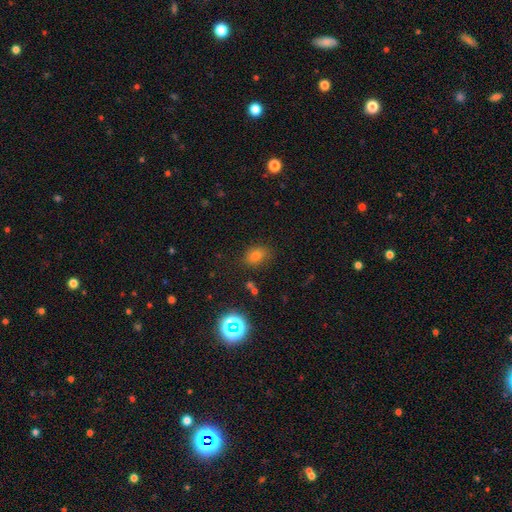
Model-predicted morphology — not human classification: Q: Smooth or featured?
A: smooth (68%); runner-up: star or artifact (23%)
Q: How rounded?
A: in between (63%); runner-up: round (36%)
Q: Merging?
A: none (81%); runner-up: minor disturbance (12%)